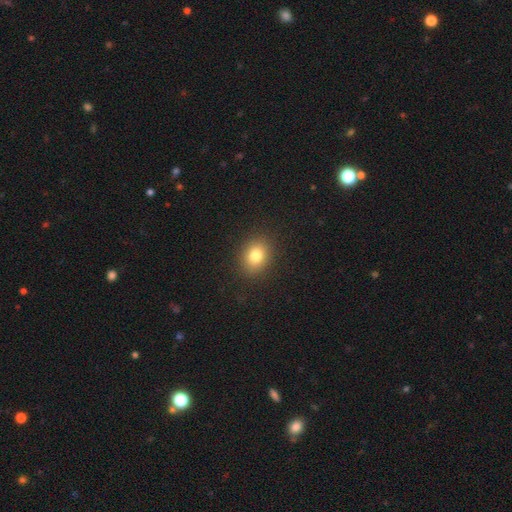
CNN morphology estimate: smooth_or_featured: smooth (p=0.80) [alt: star or artifact p=0.12]
how_rounded: round (p=0.51) [alt: in between p=0.48]
merging: none (p=0.89) [alt: minor disturbance p=0.08]